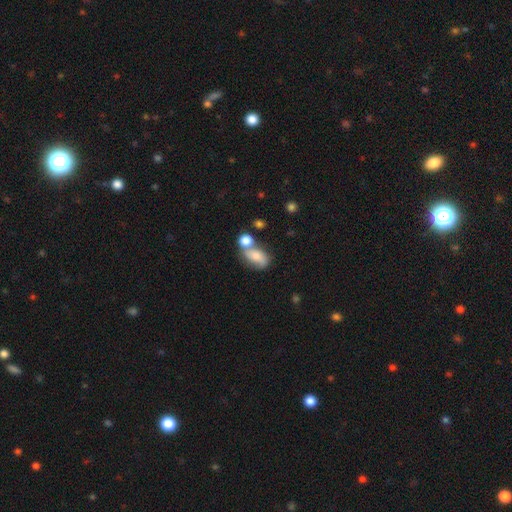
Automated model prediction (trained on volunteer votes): A smooth galaxy with no disk features (60%) that is in between round and cigar-shaped (79%). Merging: merger (40%).